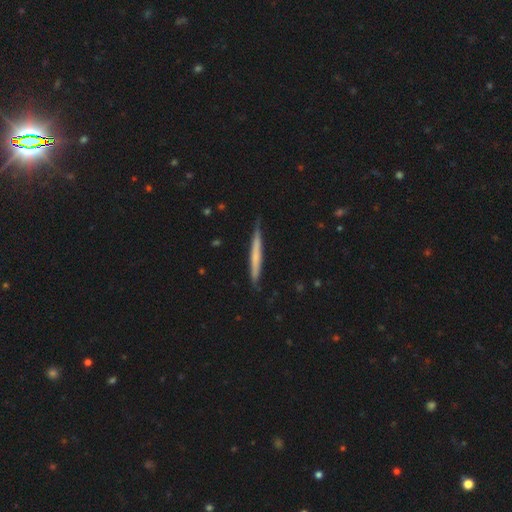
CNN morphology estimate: Smooth or featured? smooth (52%)
How rounded? cigar-shaped (97%)
Merging? none (84%)